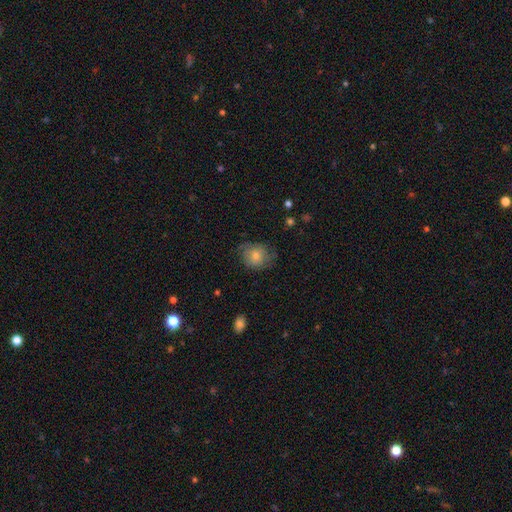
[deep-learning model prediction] Smooth or featured? smooth (62%)
How rounded? round (70%)
Merging? none (67%)